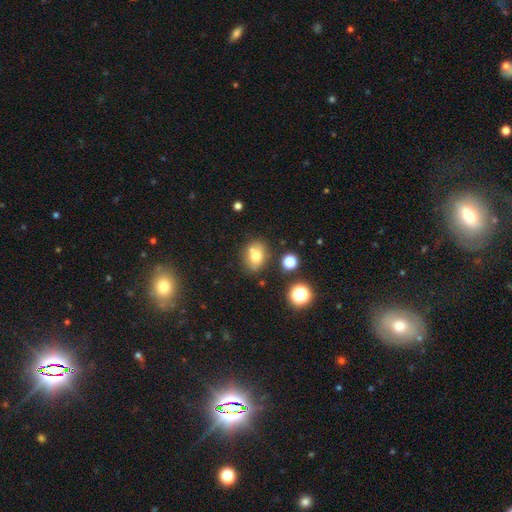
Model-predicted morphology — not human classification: smooth 70%, featured or disk 16%, star or artifact 14%. Down the decision tree: how rounded — in between (52%); merging — none (63%).